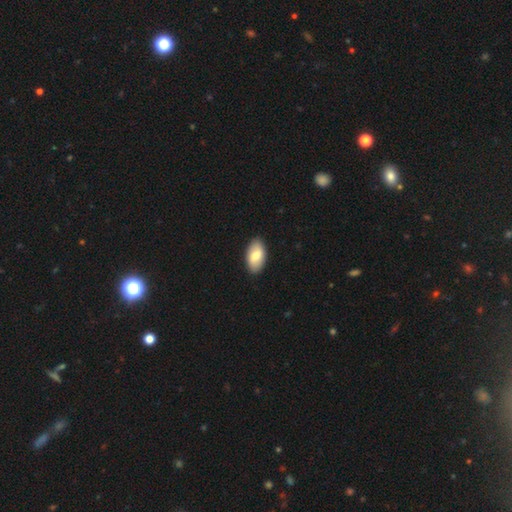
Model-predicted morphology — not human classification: smooth_or_featured: smooth (p=0.76) [alt: featured or disk p=0.19]
how_rounded: in between (p=0.95) [alt: round p=0.04]
merging: none (p=0.90) [alt: minor disturbance p=0.08]